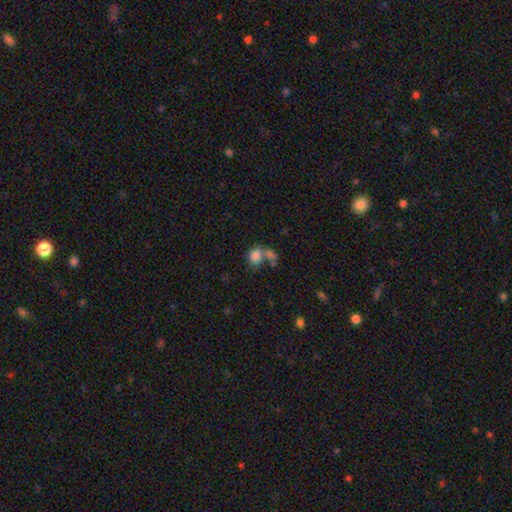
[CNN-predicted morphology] smooth-or-featured: smooth: 79% | featured or disk: 11% | star or artifact: 10%
  how-rounded: round: 58% | in between: 41% | cigar-shaped: 1%
  merging: merger: 55% | none: 27% | minor disturbance: 10% | major disturbance: 9%